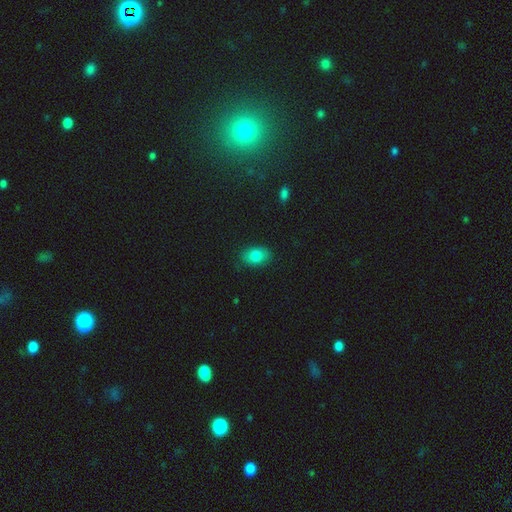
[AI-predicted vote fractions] This is clearly a smooth galaxy (80%). How rounded: likely in between (80%). Merging: clearly none (84%).